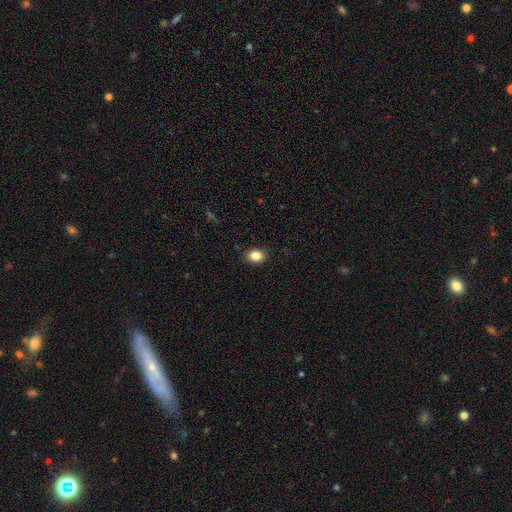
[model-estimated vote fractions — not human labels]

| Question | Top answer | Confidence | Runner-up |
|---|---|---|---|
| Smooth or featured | smooth | 85% | star or artifact (10%) |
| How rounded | in between | 63% | round (36%) |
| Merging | none | 89% | minor disturbance (8%) |